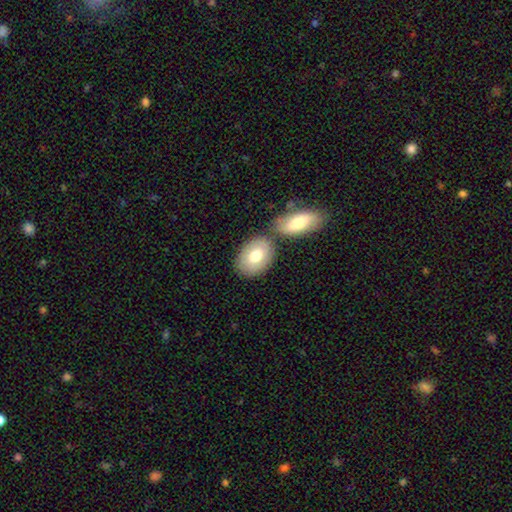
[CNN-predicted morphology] A smooth galaxy with no disk features (74%) that is in between round and cigar-shaped (81%).

Vote fractions:
- Smooth or featured? smooth: 74% / featured or disk: 20% / star or artifact: 6%
- How rounded? in between: 81% / round: 18% / cigar-shaped: 1%
- Merging? none: 61% / merger: 25% / minor disturbance: 11% / major disturbance: 3%